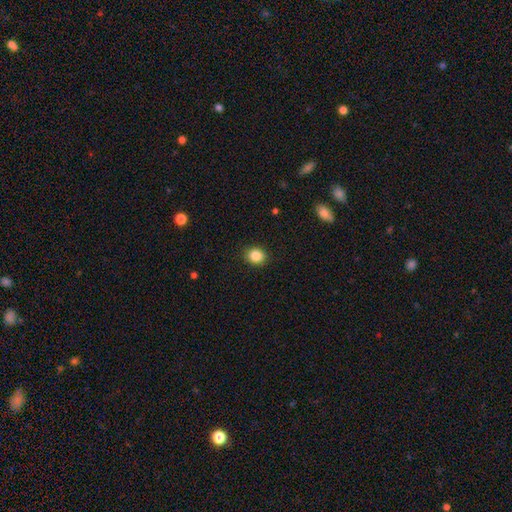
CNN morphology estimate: Q: Smooth or featured?
A: smooth (87%); runner-up: star or artifact (9%)
Q: How rounded?
A: round (70%); runner-up: in between (29%)
Q: Merging?
A: none (90%); runner-up: minor disturbance (7%)